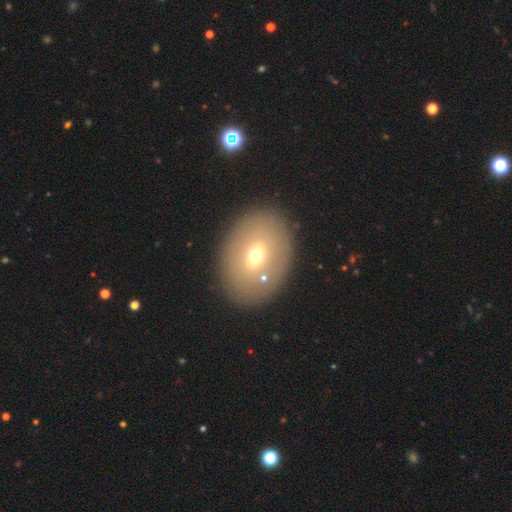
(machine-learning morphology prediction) A smooth galaxy with no disk features (56%) that is in between round and cigar-shaped (72%).

Vote fractions:
- Smooth or featured? smooth: 56% / featured or disk: 35% / star or artifact: 10%
- How rounded? in between: 72% / round: 27% / cigar-shaped: 1%
- Merging? none: 83% / minor disturbance: 10% / major disturbance: 4% / merger: 3%